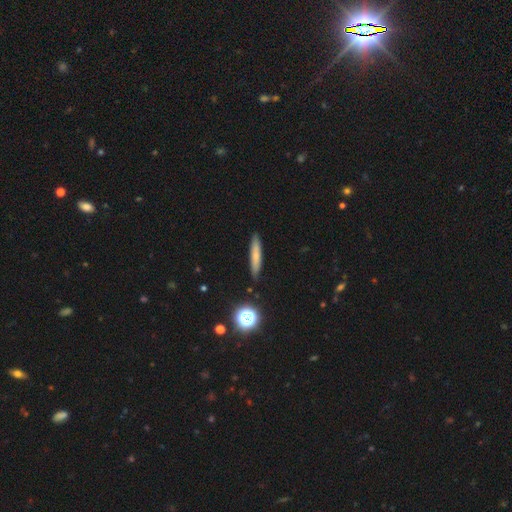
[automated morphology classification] Overall: smooth (67%). How rounded: cigar-shaped (89%). Merging: none (86%).